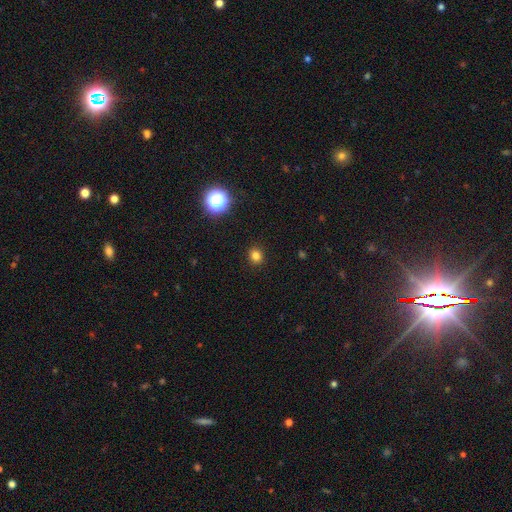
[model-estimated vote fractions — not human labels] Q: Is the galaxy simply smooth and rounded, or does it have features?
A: smooth — 80%.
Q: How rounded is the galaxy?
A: round — 77%.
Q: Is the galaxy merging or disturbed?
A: none — 91%.